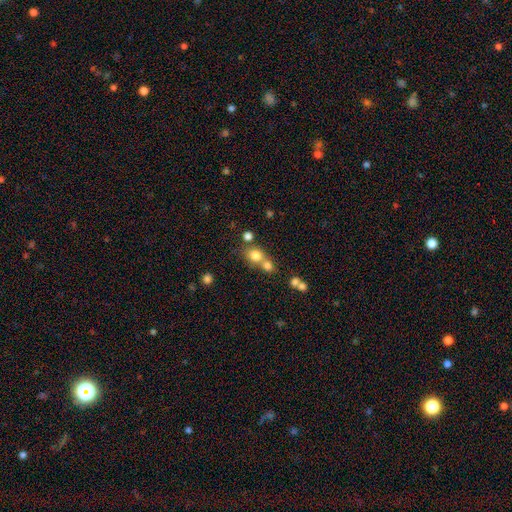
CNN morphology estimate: Smooth or featured? Predicted: smooth (p=0.76). How rounded? Predicted: round (p=0.71). Merging? Predicted: merger (p=0.50).